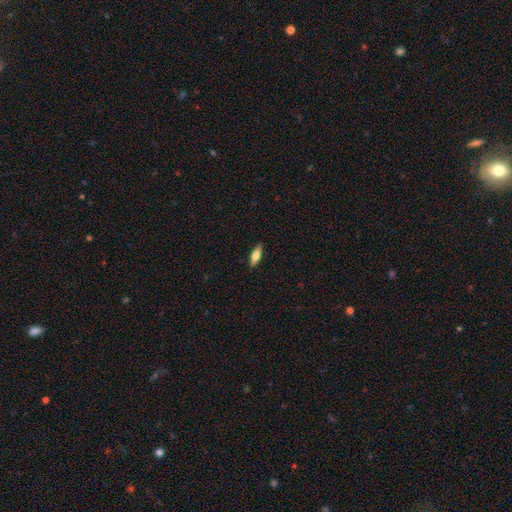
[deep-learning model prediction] Morphology: type=smooth (59%); roundness=in between (51%); merging=none (90%).